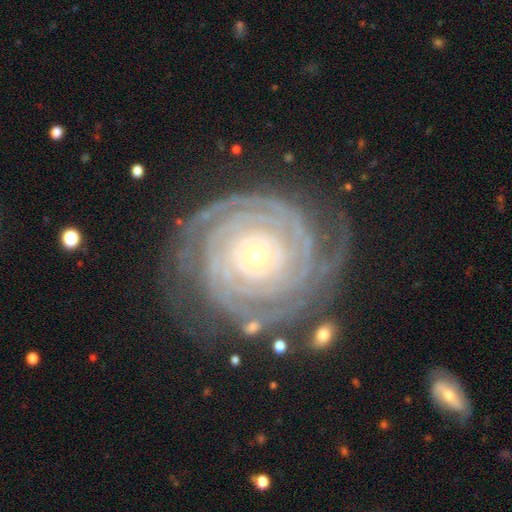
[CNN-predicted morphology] featured or disk 90%, star or artifact 5%, smooth 5%. Down the decision tree: edge-on disk — no (97%); bar — no (81%); spiral arms — yes (98%); spiral arm count — can't tell (22%); spiral winding — tight (90%); bulge size — small (71%); merging — none (76%).